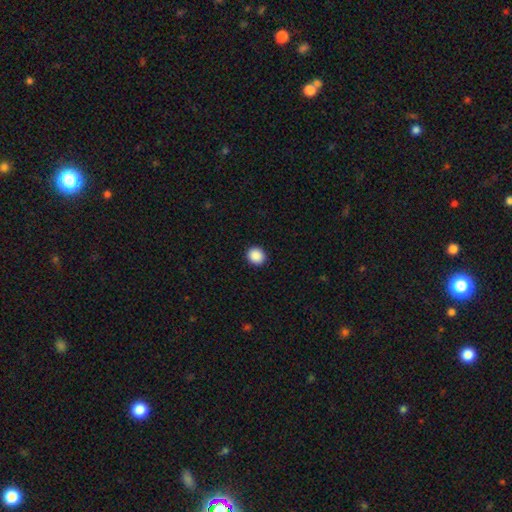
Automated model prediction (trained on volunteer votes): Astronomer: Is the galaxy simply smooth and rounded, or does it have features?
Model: smooth — 89%.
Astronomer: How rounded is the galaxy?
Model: round — 78%.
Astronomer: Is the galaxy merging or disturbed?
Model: none — 92%.